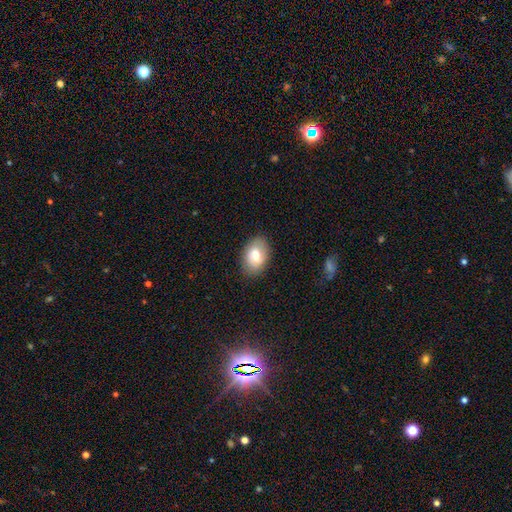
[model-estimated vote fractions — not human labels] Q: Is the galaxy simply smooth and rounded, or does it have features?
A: smooth — 72%.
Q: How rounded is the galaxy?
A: in between — 88%.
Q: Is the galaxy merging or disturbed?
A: none — 84%.